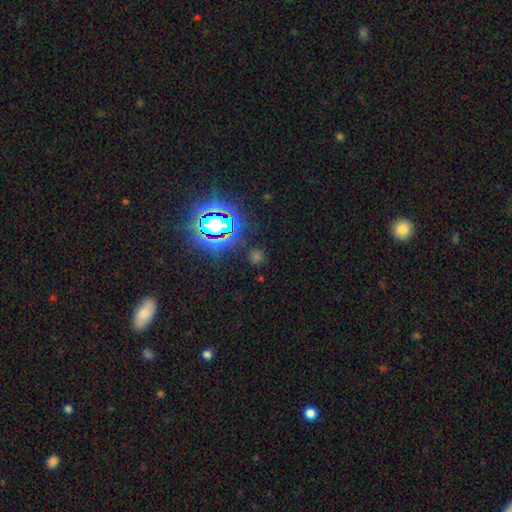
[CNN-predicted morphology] Overall: star or artifact (59%; smooth 32%).